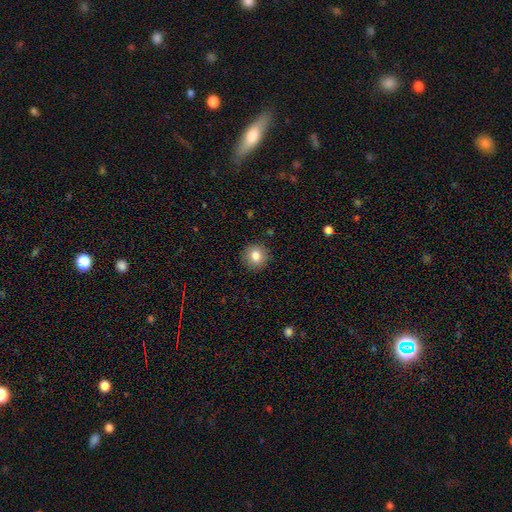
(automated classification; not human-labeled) Smooth or featured? smooth (83%)
How rounded? round (93%)
Merging? none (91%)